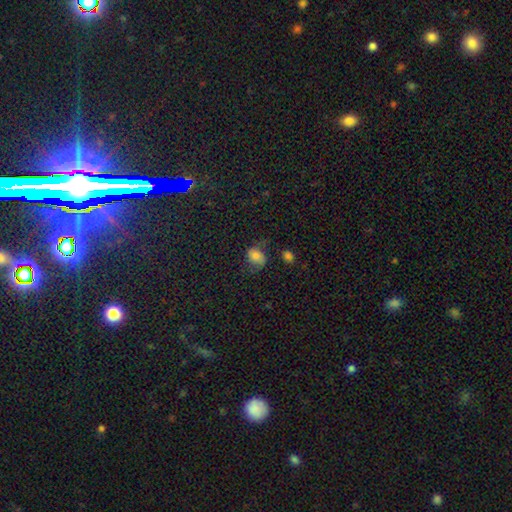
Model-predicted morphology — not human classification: Smooth or featured: smooth — 68% (featured or disk — 20%)
How rounded: in between — 53% (round — 46%)
Merging: none — 54% (minor disturbance — 28%)